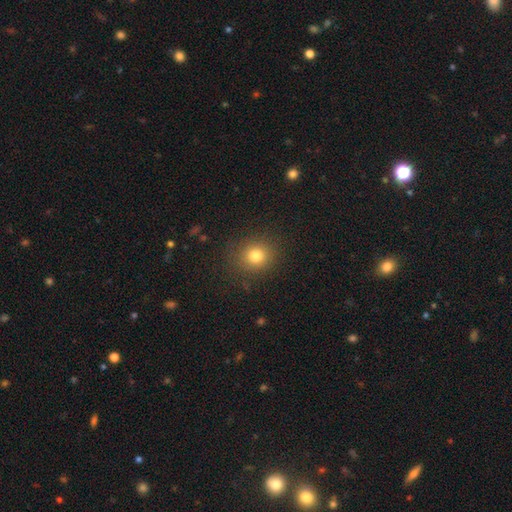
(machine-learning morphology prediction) smooth_or_featured: smooth (p=0.79) [alt: star or artifact p=0.14]
how_rounded: round (p=0.80) [alt: in between p=0.19]
merging: none (p=0.87) [alt: minor disturbance p=0.08]